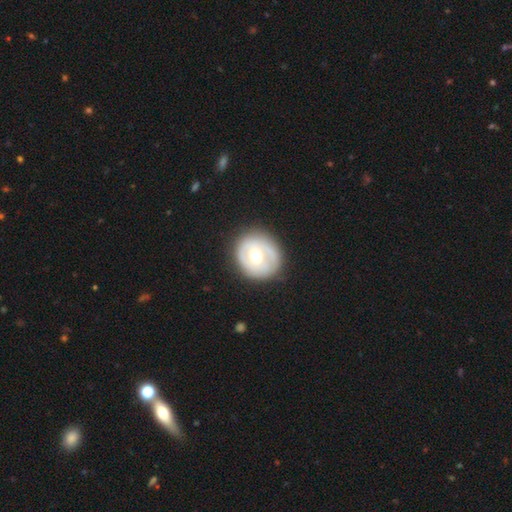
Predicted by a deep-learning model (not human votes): A featured or disk galaxy (53%) with no bar (70%), no spiral arms (65%) and a moderate central bulge (76%). Merging: none (79%).